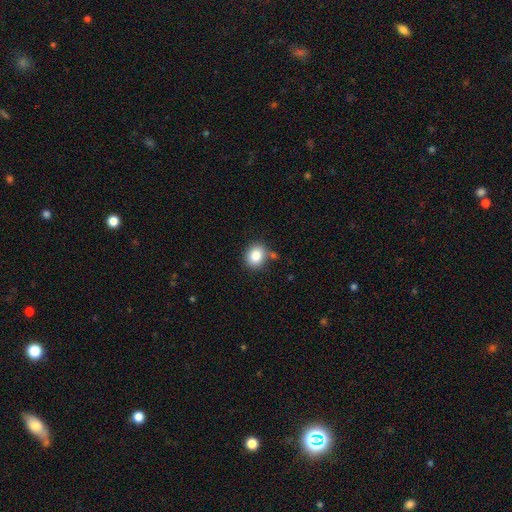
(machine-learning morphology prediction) Smooth or featured: smooth — 84% (star or artifact — 10%)
How rounded: round — 69% (in between — 30%)
Merging: none — 76% (minor disturbance — 12%)